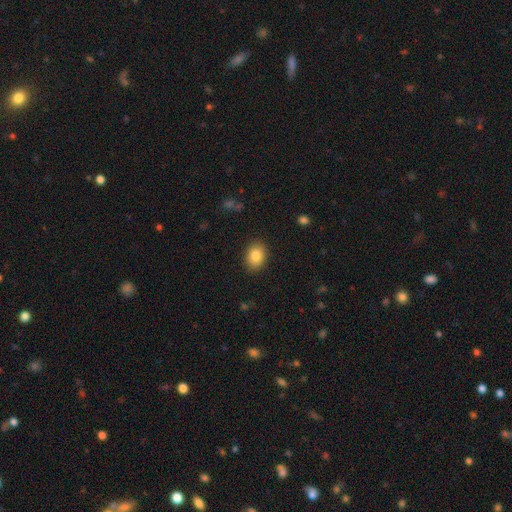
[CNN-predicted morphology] A smooth galaxy with no disk features (84%) that is in between round and cigar-shaped (68%). Merging: none (88%).